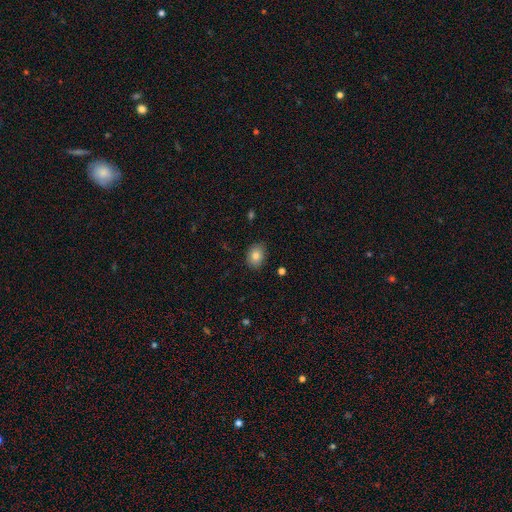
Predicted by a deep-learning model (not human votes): smooth_or_featured: smooth (p=0.82) [alt: featured or disk p=0.09]
how_rounded: in between (p=0.63) [alt: round p=0.36]
merging: none (p=0.85) [alt: minor disturbance p=0.12]